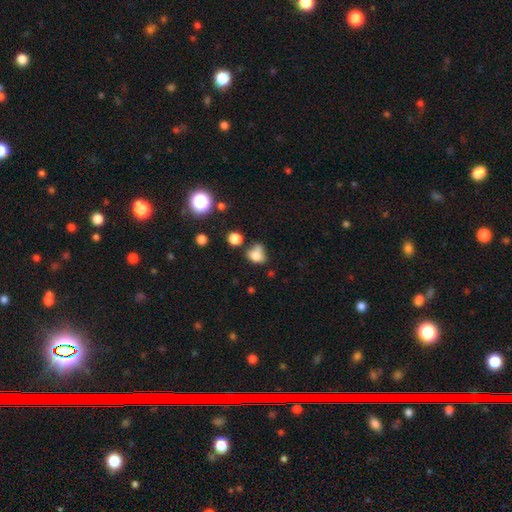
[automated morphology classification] Smooth or featured? smooth (75%)
How rounded? in between (55%)
Merging? none (39%)